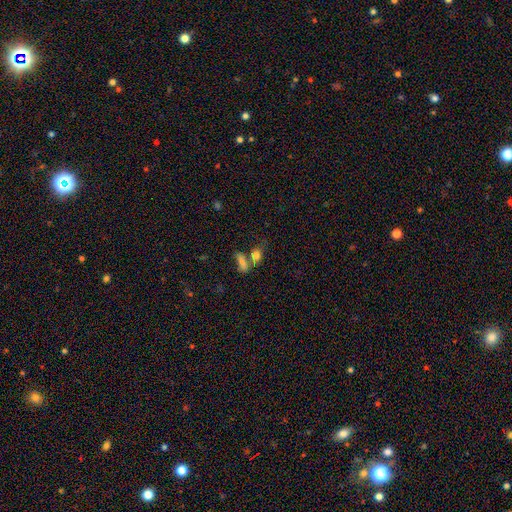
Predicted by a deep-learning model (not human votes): Smooth or featured: smooth — 78% (featured or disk — 11%)
How rounded: in between — 63% (round — 29%)
Merging: merger — 44% (none — 39%)